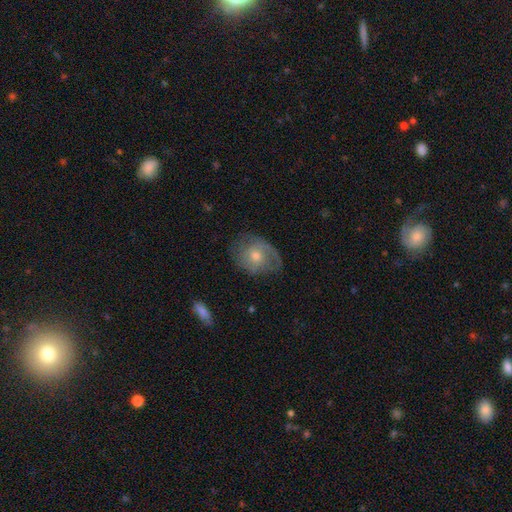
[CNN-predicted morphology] type=featured or disk (62%); edge-on=no (96%); bar=no (73%); spiral arms=yes (80%); bulge=moderate (59%); merging=none (65%).